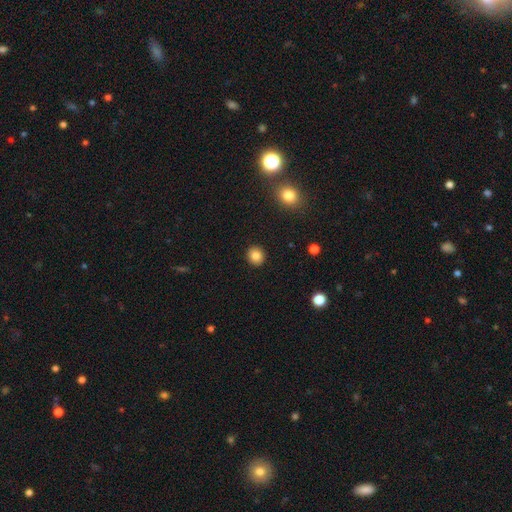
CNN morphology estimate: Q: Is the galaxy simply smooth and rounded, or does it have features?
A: smooth — 84%.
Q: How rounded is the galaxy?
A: round — 88%.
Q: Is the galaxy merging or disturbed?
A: none — 92%.